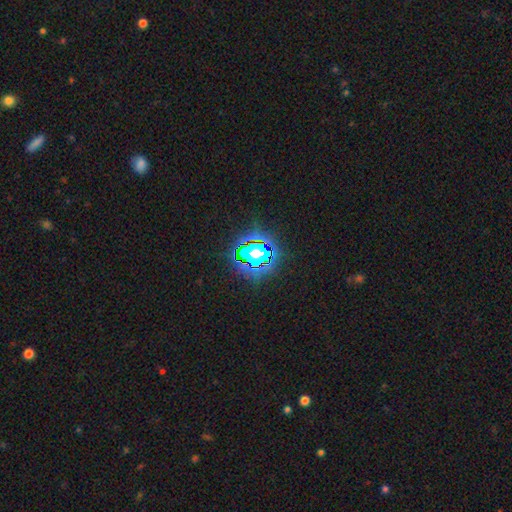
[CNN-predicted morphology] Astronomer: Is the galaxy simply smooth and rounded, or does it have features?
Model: star or artifact — 82%.